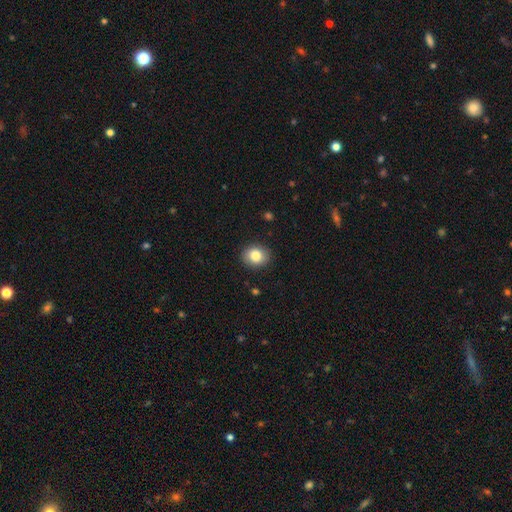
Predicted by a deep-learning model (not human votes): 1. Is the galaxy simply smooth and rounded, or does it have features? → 82% smooth, 9% star or artifact, 9% featured or disk.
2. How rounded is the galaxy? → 68% round, 31% in between, 1% cigar-shaped.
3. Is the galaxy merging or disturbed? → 90% none, 7% minor disturbance, 2% major disturbance, 1% merger.